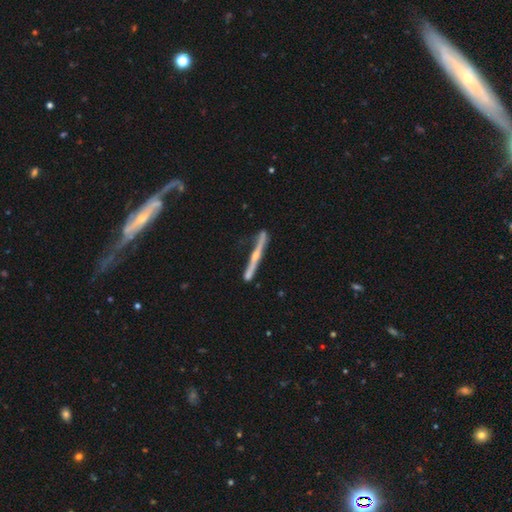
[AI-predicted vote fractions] Smooth or featured?
  - featured or disk: 76% *
  - smooth: 19%
  - star or artifact: 5%
Edge-on disk?
  - yes: 97% *
  - no: 3%
Edge-on bulge?
  - rounded: 80% *
  - none: 15%
  - boxy: 5%
Merging?
  - none: 79% *
  - minor disturbance: 14%
  - merger: 4%
  - major disturbance: 3%